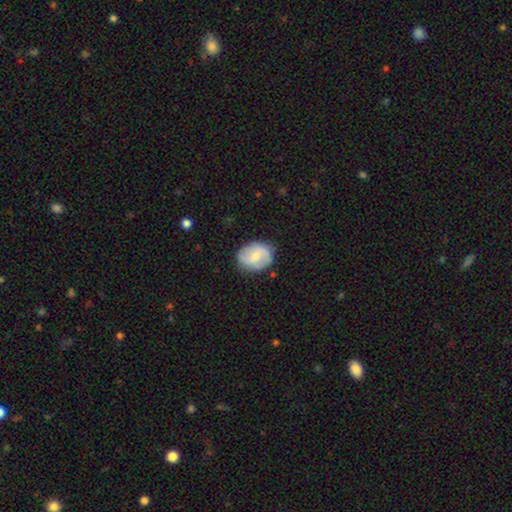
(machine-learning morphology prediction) A featured or disk galaxy (50%).

Vote fractions:
- Smooth or featured? featured or disk: 50% / smooth: 44% / star or artifact: 6%
- Merging? none: 78% / minor disturbance: 16% / major disturbance: 4% / merger: 2%